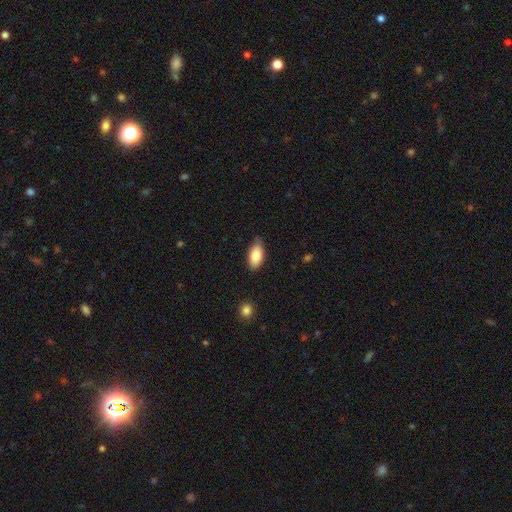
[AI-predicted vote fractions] Overall: smooth (84%). How rounded: in between (94%). Merging: none (74%).